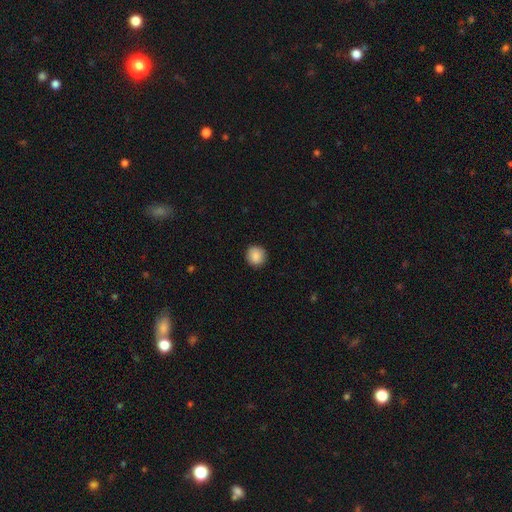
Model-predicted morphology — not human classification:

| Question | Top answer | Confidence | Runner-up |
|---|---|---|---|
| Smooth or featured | smooth | 89% | star or artifact (8%) |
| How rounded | round | 92% | in between (7%) |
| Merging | none | 92% | minor disturbance (6%) |